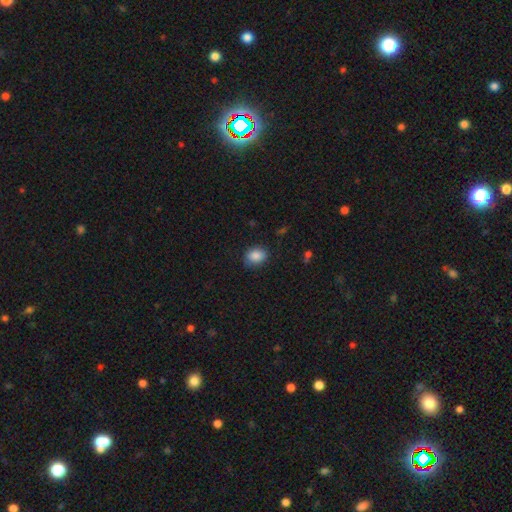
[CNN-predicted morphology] Overall: smooth (87%). How rounded: in between (58%; round 41%). Merging: none (82%).